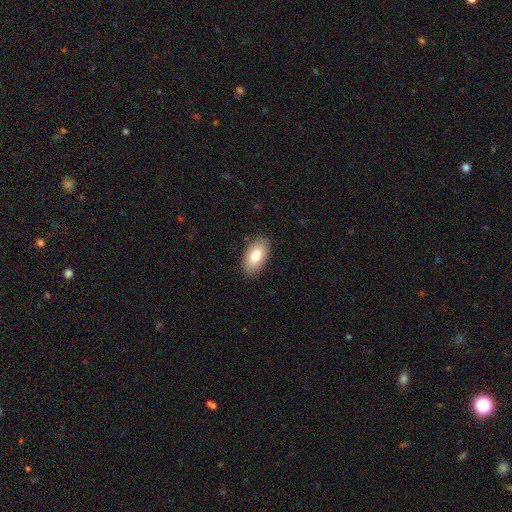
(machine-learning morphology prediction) A smooth galaxy with no disk features (77%) that is in between round and cigar-shaped (93%). Merging: none (87%).